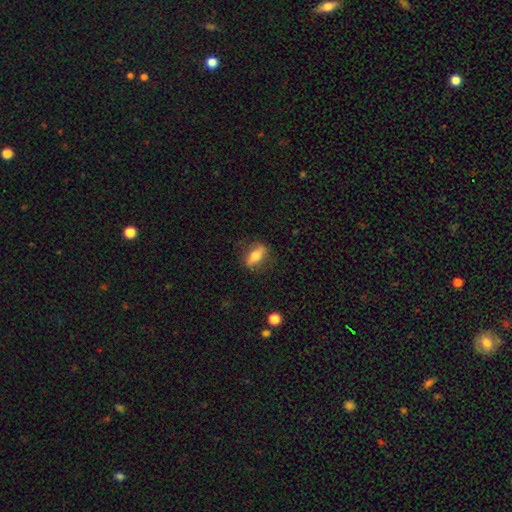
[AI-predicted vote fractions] A smooth galaxy with no disk features (56%) that is in between round and cigar-shaped (62%).

Vote fractions:
- Smooth or featured? smooth: 56% / featured or disk: 36% / star or artifact: 8%
- How rounded? in between: 62% / cigar-shaped: 28% / round: 9%
- Merging? none: 78% / minor disturbance: 15% / major disturbance: 6% / merger: 1%